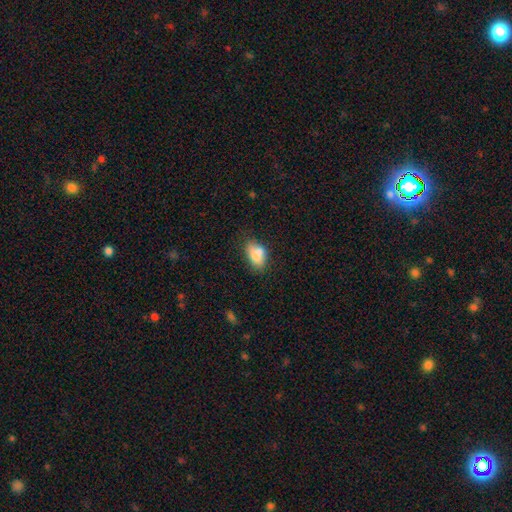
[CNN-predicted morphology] This is likely a smooth galaxy (77%). How rounded: clearly in between (87%). Merging: possibly none (51%).